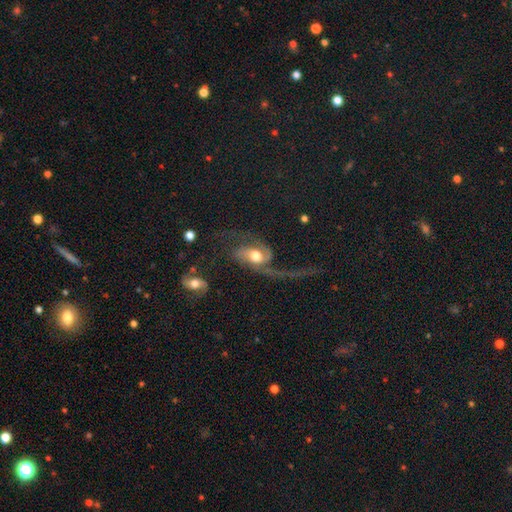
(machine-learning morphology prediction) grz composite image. It shows a featured or disk galaxy (77%) with no bar (59%), 2 (69%) loose (67%) spiral arms (90%) and a moderate central bulge (63%). Merging: major disturbance (49%).